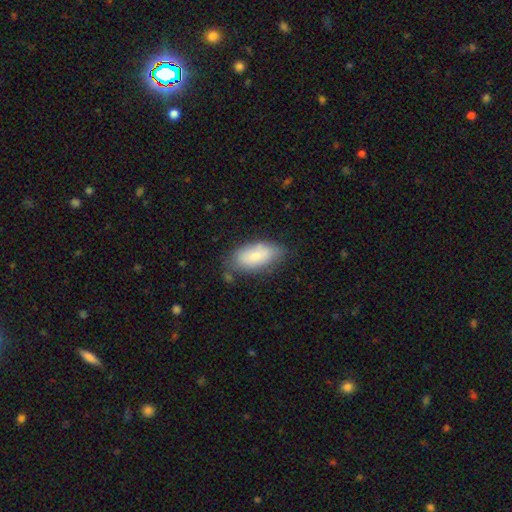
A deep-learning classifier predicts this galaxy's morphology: smooth 77%, featured or disk 16%, star or artifact 7%. Down the decision tree: how rounded — in between (92%); merging — none (68%).